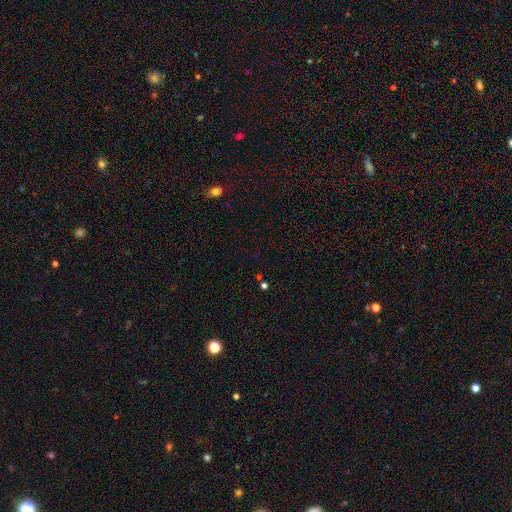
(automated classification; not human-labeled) Morphology: type=star or artifact (61%).